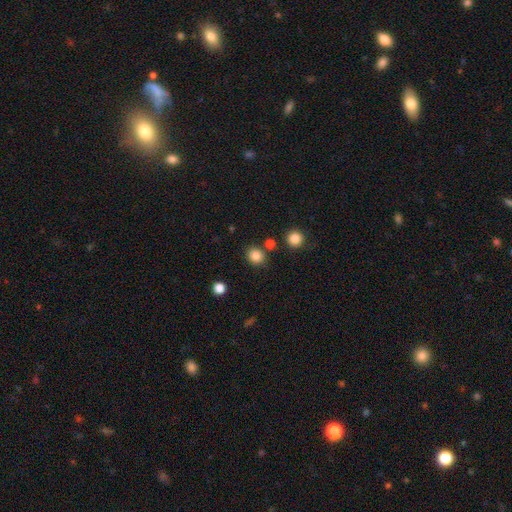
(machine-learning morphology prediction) Smooth or featured? smooth (84%)
How rounded? round (83%)
Merging? none (81%)